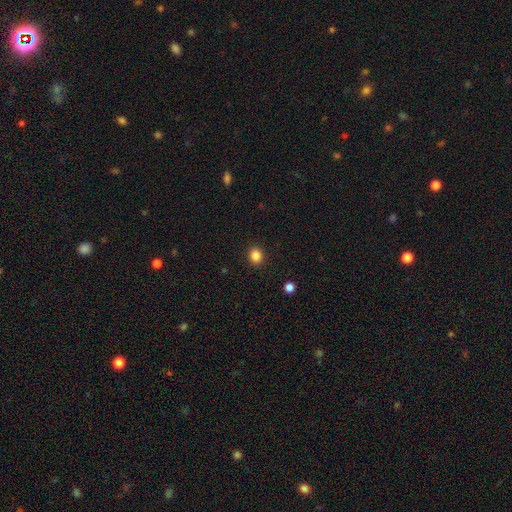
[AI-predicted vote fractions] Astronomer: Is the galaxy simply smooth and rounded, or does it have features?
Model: smooth — 85%.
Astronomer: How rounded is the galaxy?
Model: round — 74%.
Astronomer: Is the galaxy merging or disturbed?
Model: none — 92%.